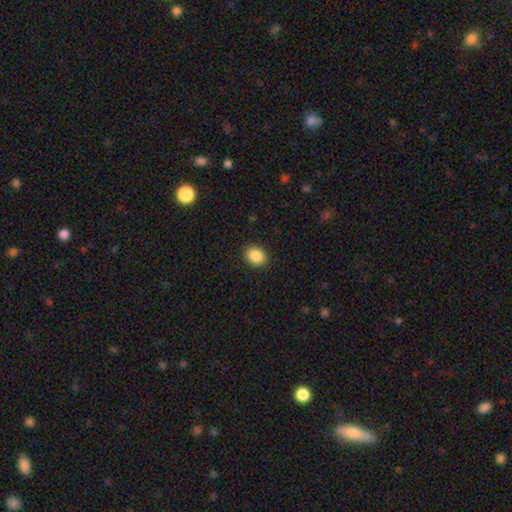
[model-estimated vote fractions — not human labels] Overall: smooth (88%). How rounded: in between (50%; round 49%). Merging: none (90%).